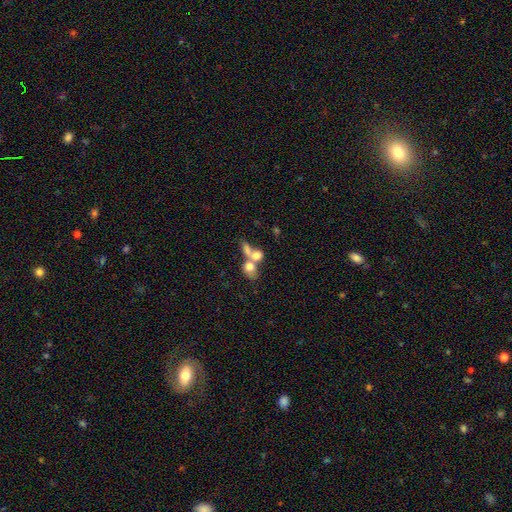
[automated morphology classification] A smooth galaxy with no disk features (67%) that is round (52%). Merging: merger (70%).